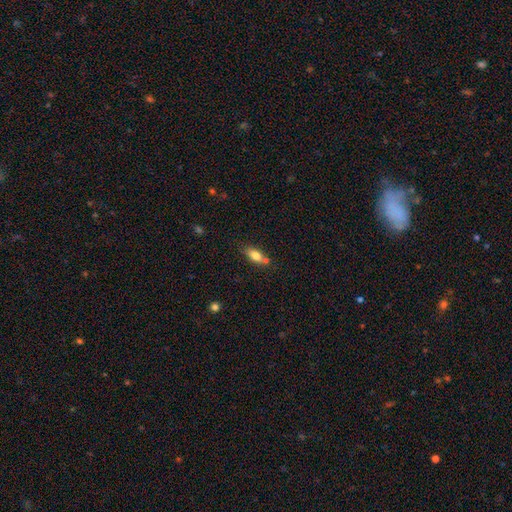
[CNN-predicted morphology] A smooth galaxy with no disk features (76%) that is in between round and cigar-shaped (78%). Merging: none (60%).